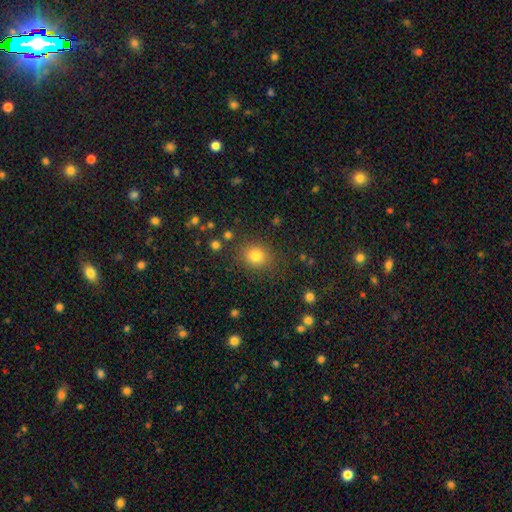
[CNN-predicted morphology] Smooth or featured: smooth — 81% (star or artifact — 13%)
How rounded: round — 73% (in between — 27%)
Merging: none — 84% (minor disturbance — 10%)